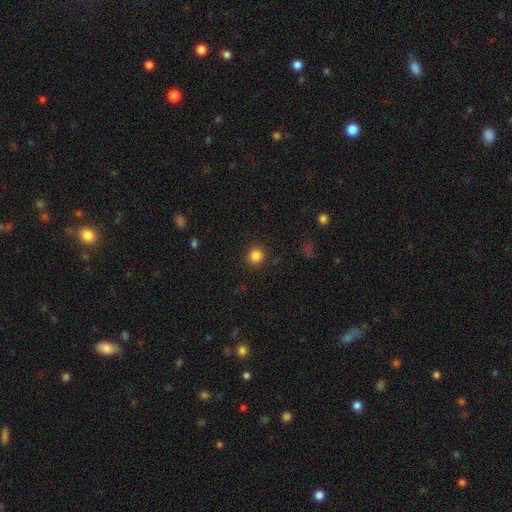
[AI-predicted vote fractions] This is clearly a smooth galaxy (85%). How rounded: clearly round (93%). Merging: clearly none (91%).